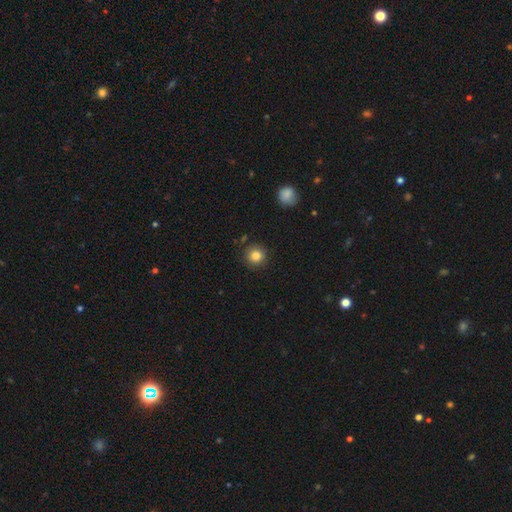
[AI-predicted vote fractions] Smooth or featured? Predicted: smooth (p=0.84). How rounded? Predicted: round (p=0.94). Merging? Predicted: none (p=0.89).